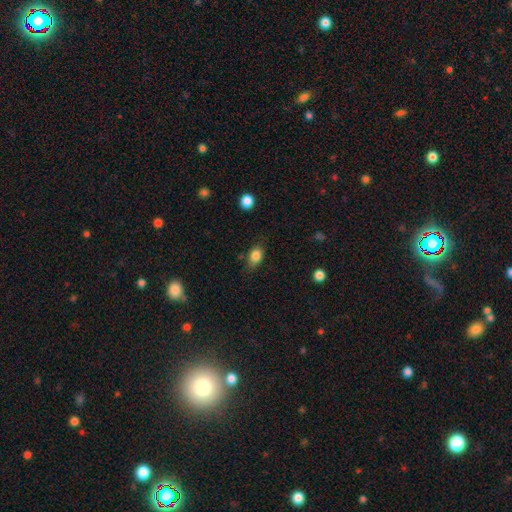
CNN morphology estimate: Smooth or featured? smooth (84%)
How rounded? in between (77%)
Merging? none (71%)